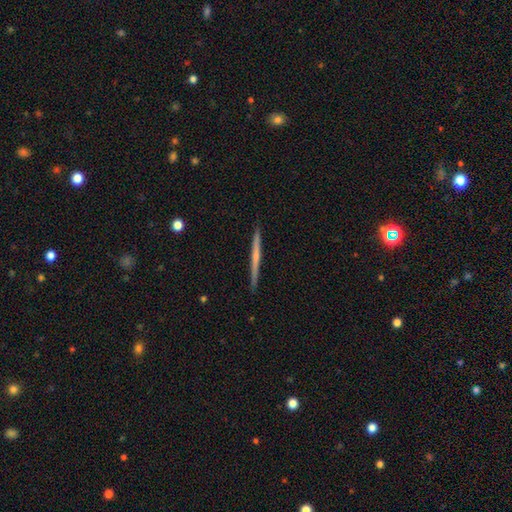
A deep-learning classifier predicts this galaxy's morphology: Smooth or featured?
  - featured or disk: 56% *
  - smooth: 39%
  - star or artifact: 5%
Edge-on disk?
  - yes: 98% *
  - no: 2%
Edge-on bulge?
  - none: 75% *
  - rounded: 19%
  - boxy: 6%
Merging?
  - none: 93% *
  - minor disturbance: 5%
  - major disturbance: 1%
  - merger: 1%